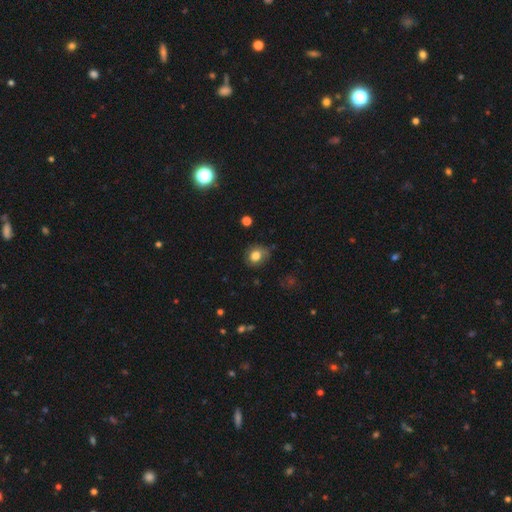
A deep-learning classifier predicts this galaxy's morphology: A smooth galaxy with no disk features (79%) that is round (67%).

Vote fractions:
- Smooth or featured? smooth: 79% / star or artifact: 11% / featured or disk: 10%
- How rounded? round: 67% / in between: 32% / cigar-shaped: 1%
- Merging? none: 71% / minor disturbance: 22% / major disturbance: 5% / merger: 2%